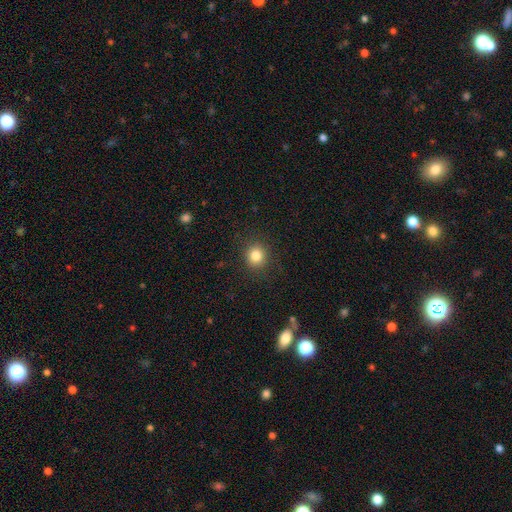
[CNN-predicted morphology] Smooth or featured?
  - smooth: 83% *
  - star or artifact: 11%
  - featured or disk: 6%
How rounded?
  - round: 87% *
  - in between: 12%
  - cigar-shaped: 1%
Merging?
  - none: 90% *
  - minor disturbance: 7%
  - major disturbance: 3%
  - merger: 1%